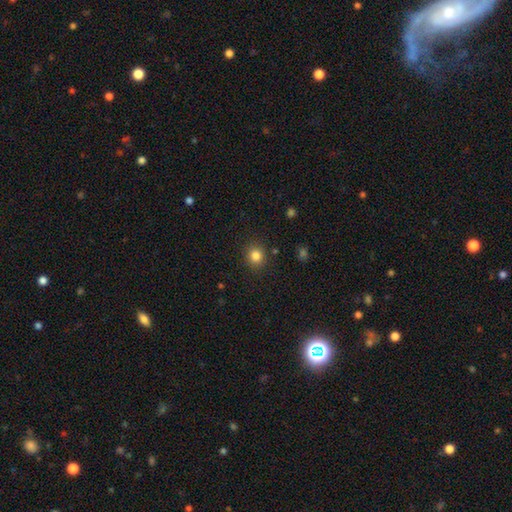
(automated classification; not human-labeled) Smooth or featured?
  - smooth: 83% *
  - star or artifact: 12%
  - featured or disk: 5%
How rounded?
  - round: 87% *
  - in between: 12%
  - cigar-shaped: 1%
Merging?
  - none: 90% *
  - minor disturbance: 7%
  - major disturbance: 2%
  - merger: 2%